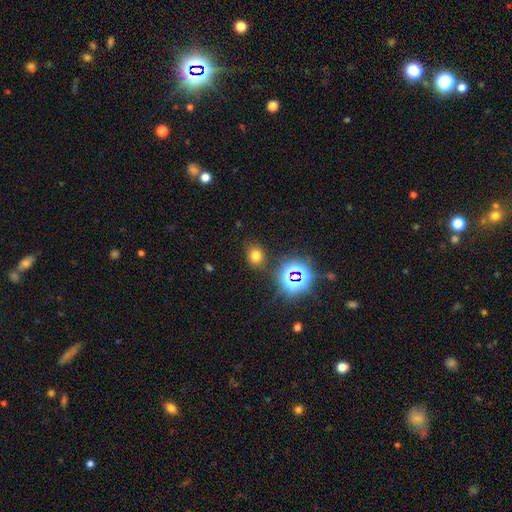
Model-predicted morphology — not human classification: Smooth or featured: smooth — 67% (star or artifact — 25%)
How rounded: round — 66% (in between — 33%)
Merging: none — 83% (minor disturbance — 9%)